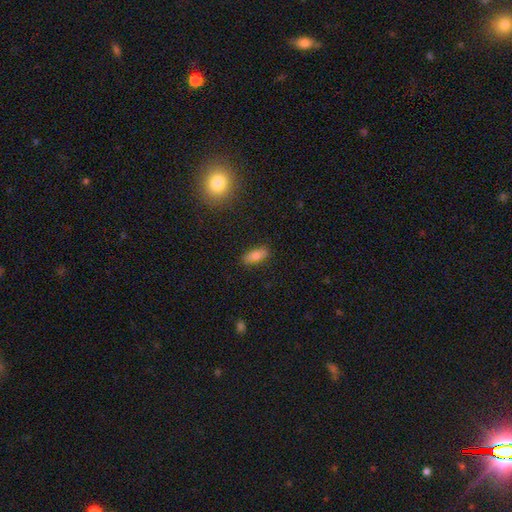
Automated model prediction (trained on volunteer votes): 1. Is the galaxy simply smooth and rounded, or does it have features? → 77% smooth, 13% featured or disk, 9% star or artifact.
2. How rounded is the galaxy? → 76% in between, 21% cigar-shaped, 3% round.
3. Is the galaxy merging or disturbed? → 85% none, 11% minor disturbance, 2% major disturbance, 1% merger.